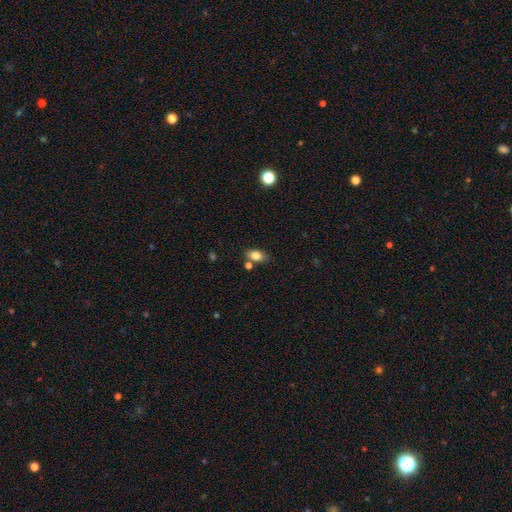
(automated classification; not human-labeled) The model was most divided on "merging": none: 72%, minor disturbance: 13%, merger: 12%, major disturbance: 3%. More confident: how rounded — in between (87%); smooth or featured — smooth (80%).